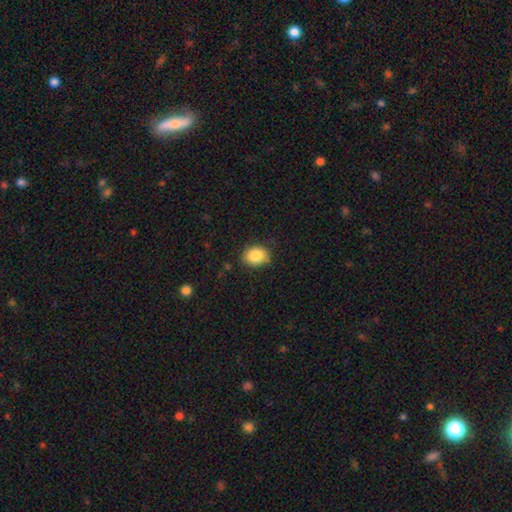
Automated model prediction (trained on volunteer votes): Morphology: type=smooth (85%); roundness=in between (63%); merging=none (77%).